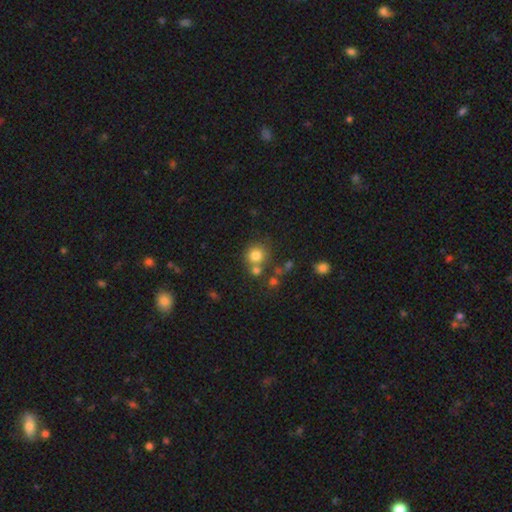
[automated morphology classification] This is likely a smooth galaxy (77%). How rounded: clearly round (88%). Merging: likely none (60%).